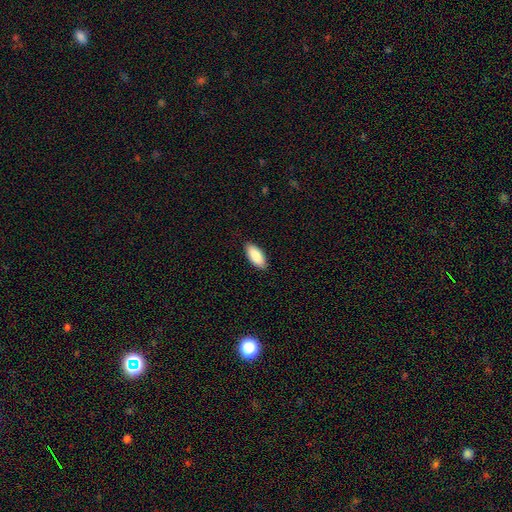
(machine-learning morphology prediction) smooth_or_featured: smooth (p=0.89) [alt: featured or disk p=0.06]
how_rounded: in between (p=0.87) [alt: cigar-shaped p=0.11]
merging: none (p=0.88) [alt: minor disturbance p=0.09]